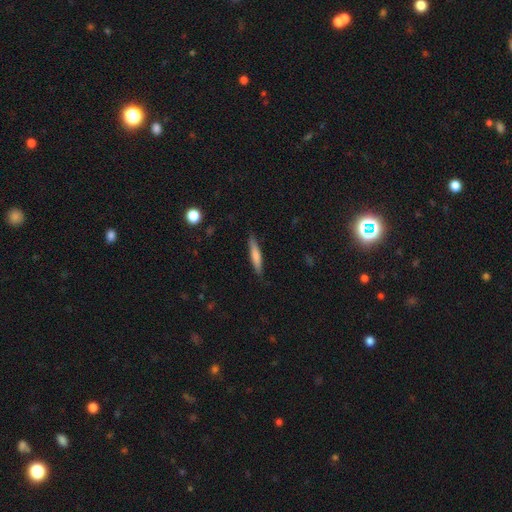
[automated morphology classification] This is likely a smooth galaxy (68%). How rounded: clearly cigar-shaped (91%). Merging: clearly none (86%).